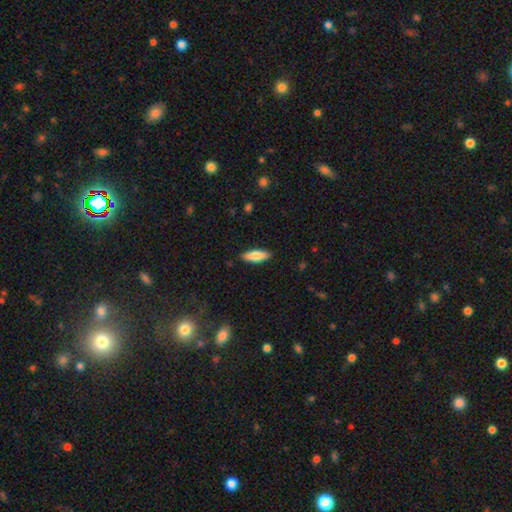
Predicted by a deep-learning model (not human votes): This appears to be a smooth galaxy with no disk features (76%) that is in between round and cigar-shaped (56%). Merging: none (87%).